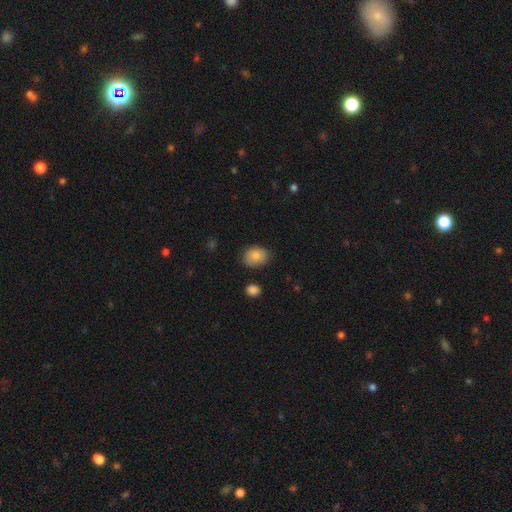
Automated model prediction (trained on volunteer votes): The model was most divided on "how rounded": in between: 65%, round: 34%, cigar-shaped: 1%. More confident: smooth or featured — smooth (85%); merging — none (77%).